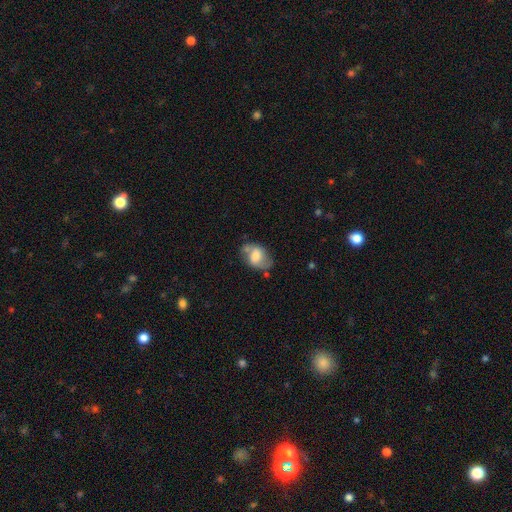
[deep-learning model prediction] Smooth or featured? Predicted: smooth (p=0.50). How rounded? Predicted: in between (p=0.77). Merging? Predicted: none (p=0.56).